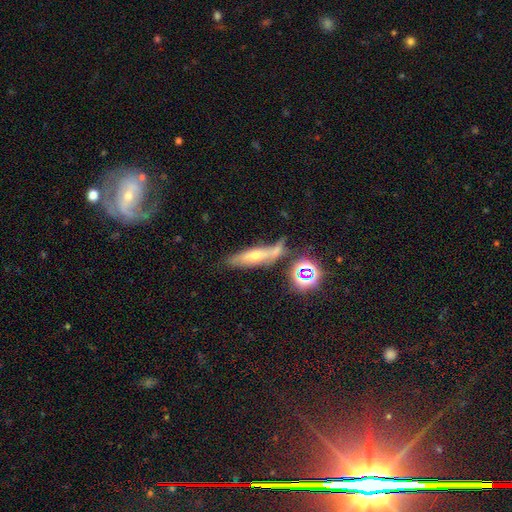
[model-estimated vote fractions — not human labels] Overall: smooth (44%; featured or disk 37%). Merging: none (53%; merger 20%).